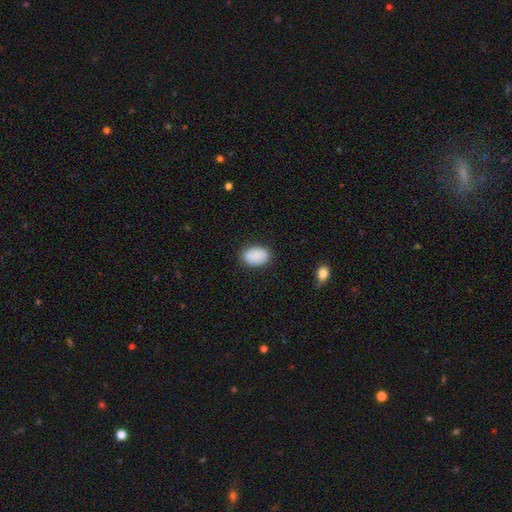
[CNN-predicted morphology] Smooth or featured: smooth — 90% (star or artifact — 7%)
How rounded: in between — 87% (round — 12%)
Merging: none — 86% (minor disturbance — 11%)